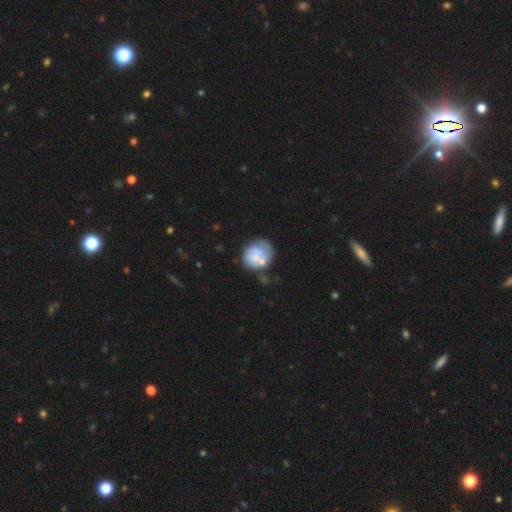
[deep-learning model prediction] The model was most divided on "smooth or featured": smooth: 54%, featured or disk: 38%, star or artifact: 8%. Remaining: how rounded — round (71%); merging — none (41%).